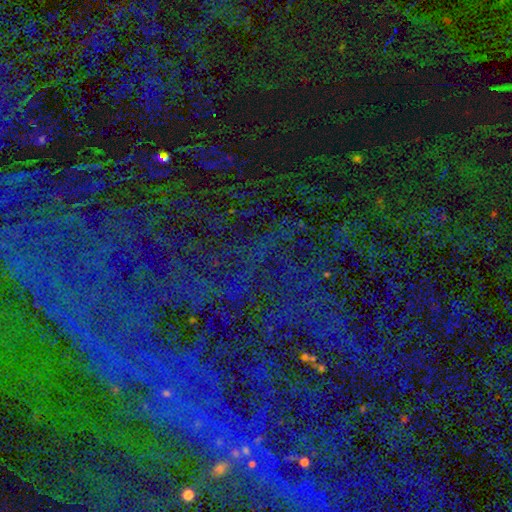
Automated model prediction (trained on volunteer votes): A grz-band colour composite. It shows a star or artifact, not a galaxy (82%).